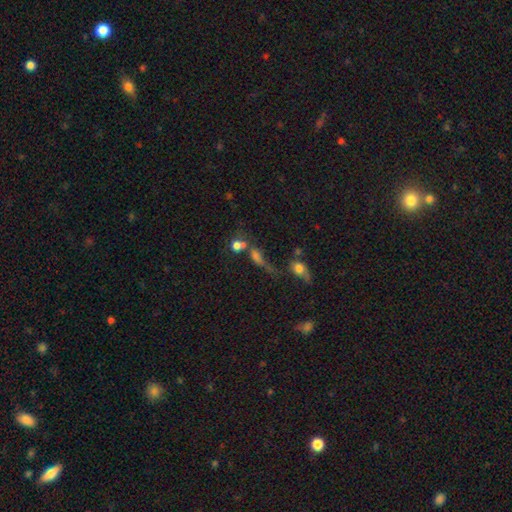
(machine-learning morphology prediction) smooth-or-featured: smooth: 45% | star or artifact: 30% | featured or disk: 25%
  merging: merger: 44% | none: 33% | major disturbance: 13% | minor disturbance: 10%